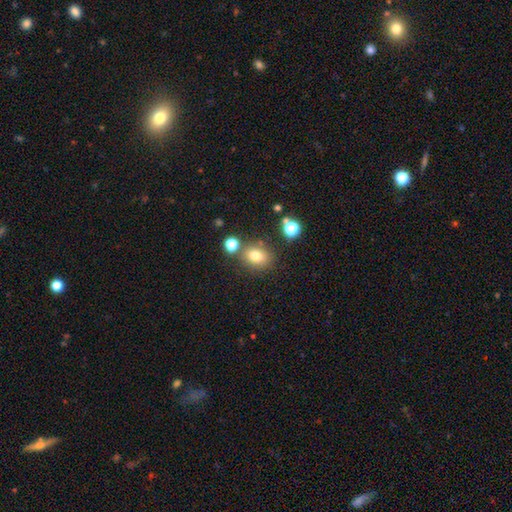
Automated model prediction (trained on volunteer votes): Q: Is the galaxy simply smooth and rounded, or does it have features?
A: smooth — 76%.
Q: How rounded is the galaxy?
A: round — 54%.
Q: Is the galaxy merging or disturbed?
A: none — 74%.